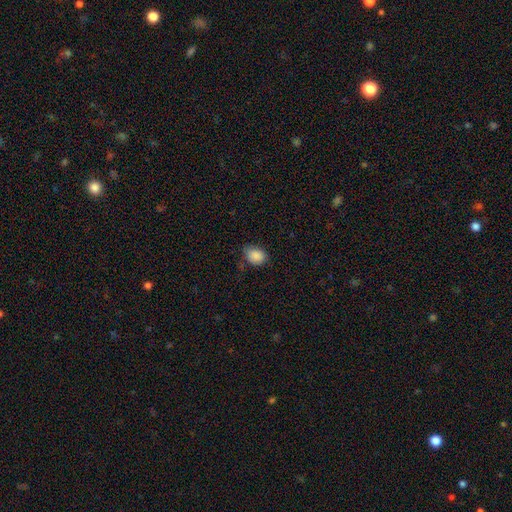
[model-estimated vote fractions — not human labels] Smooth or featured: smooth — 88% (star or artifact — 8%)
How rounded: in between — 62% (round — 37%)
Merging: none — 68% (minor disturbance — 25%)